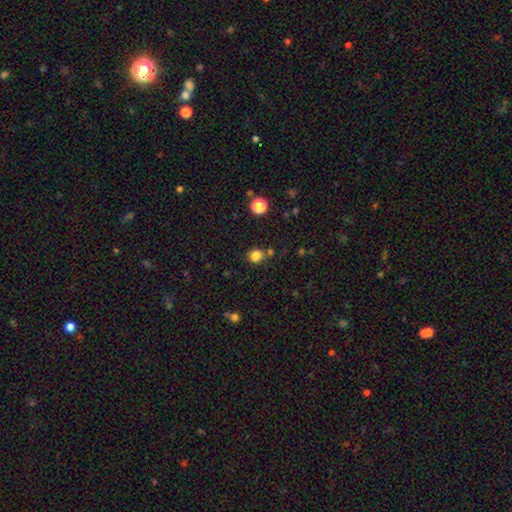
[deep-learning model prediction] Smooth or featured? Predicted: smooth (p=0.82). How rounded? Predicted: round (p=0.69). Merging? Predicted: none (p=0.72).